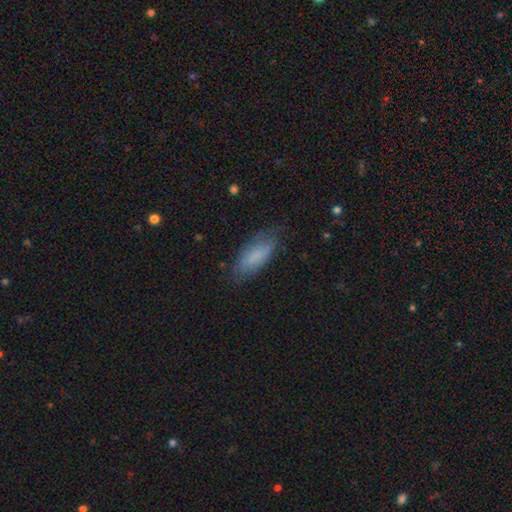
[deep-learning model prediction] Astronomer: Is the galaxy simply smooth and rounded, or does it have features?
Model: smooth — 80%.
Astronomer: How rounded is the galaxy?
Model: in between — 74%.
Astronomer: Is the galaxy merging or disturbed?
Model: none — 74%.